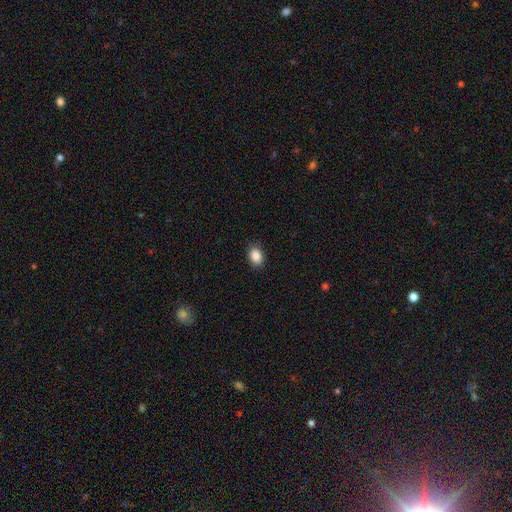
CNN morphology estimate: Q: Smooth or featured?
A: smooth (88%); runner-up: star or artifact (8%)
Q: How rounded?
A: in between (72%); runner-up: round (27%)
Q: Merging?
A: none (86%); runner-up: minor disturbance (10%)